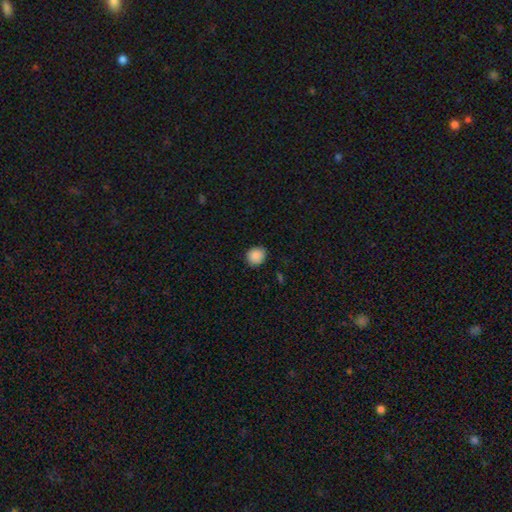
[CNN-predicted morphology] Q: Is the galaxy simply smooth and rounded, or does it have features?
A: smooth — 89%.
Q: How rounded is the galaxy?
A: round — 82%.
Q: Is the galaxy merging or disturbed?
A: none — 88%.